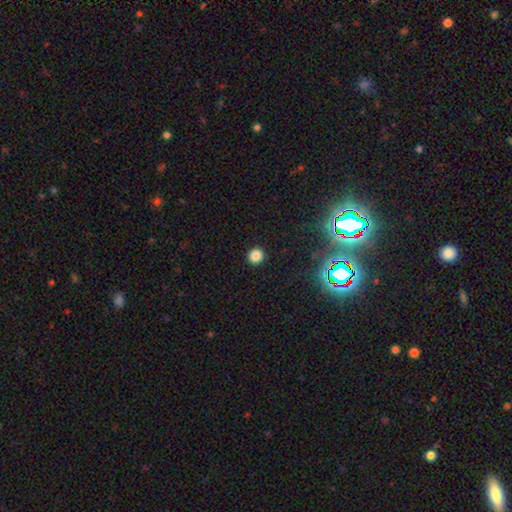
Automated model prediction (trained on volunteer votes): This is clearly a smooth galaxy (83%). How rounded: clearly round (92%). Merging: clearly none (92%).